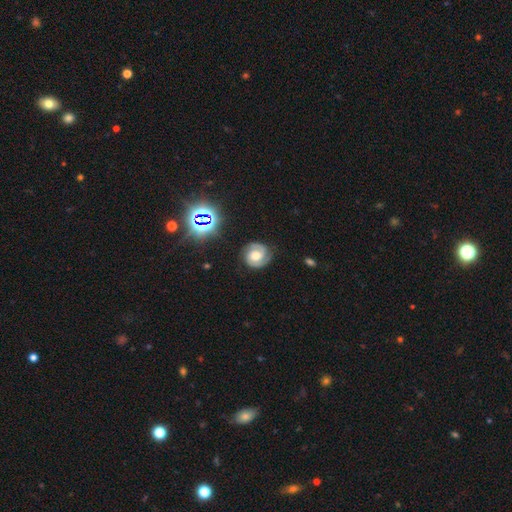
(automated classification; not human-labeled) Smooth or featured: featured or disk — 74% (smooth — 17%)
Edge-on disk: no — 98% (yes — 2%)
Bar: no — 55% (weak — 36%)
Spiral arms: yes — 95% (no — 5%)
Spiral winding: tight — 53% (medium — 38%)
Spiral arm count: 2 — 85% (can't tell — 6%)
Bulge size: moderate — 61% (large — 21%)
Merging: none — 80% (minor disturbance — 14%)